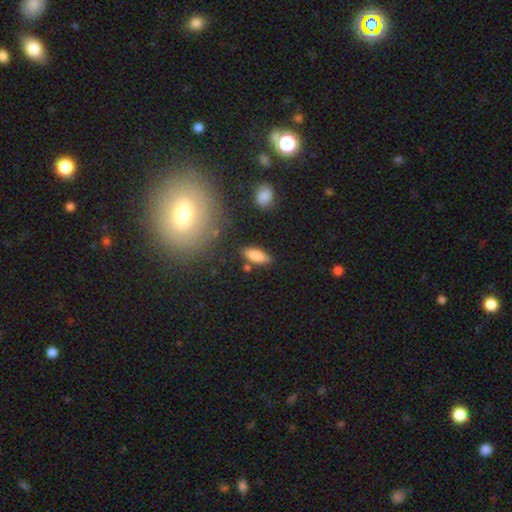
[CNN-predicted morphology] Smooth or featured? smooth (83%)
How rounded? in between (73%)
Merging? none (80%)